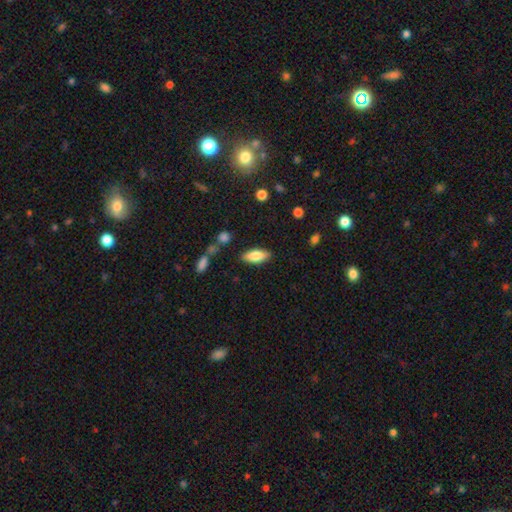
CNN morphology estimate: A smooth galaxy with no disk features (80%) that is in between round and cigar-shaped (78%). Merging: none (83%).